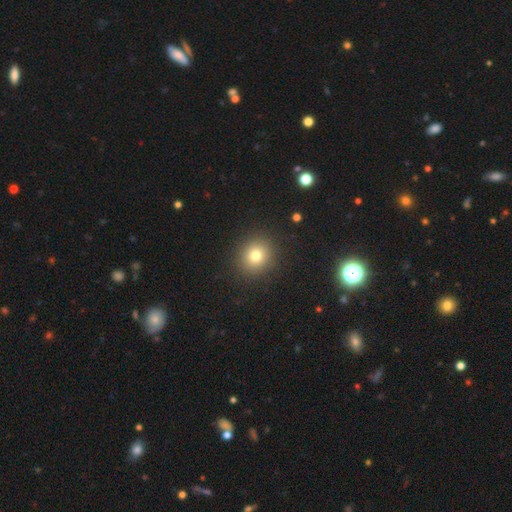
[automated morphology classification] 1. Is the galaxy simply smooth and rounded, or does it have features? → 78% smooth, 13% star or artifact, 9% featured or disk.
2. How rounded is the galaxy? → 84% round, 15% in between, 1% cigar-shaped.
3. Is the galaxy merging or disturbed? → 90% none, 6% minor disturbance, 3% major disturbance, 1% merger.